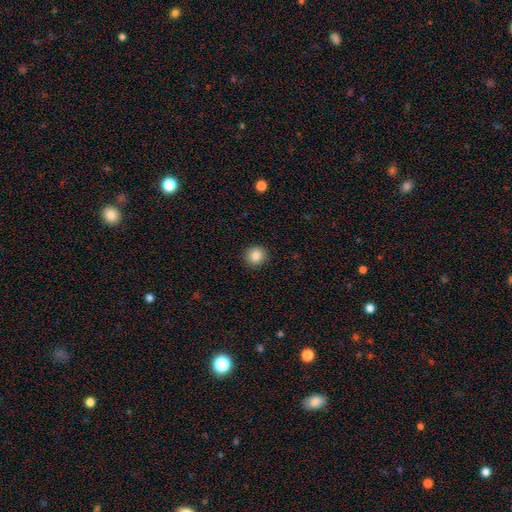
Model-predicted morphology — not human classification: Smooth or featured? Predicted: smooth (p=0.86). How rounded? Predicted: round (p=0.91). Merging? Predicted: none (p=0.91).